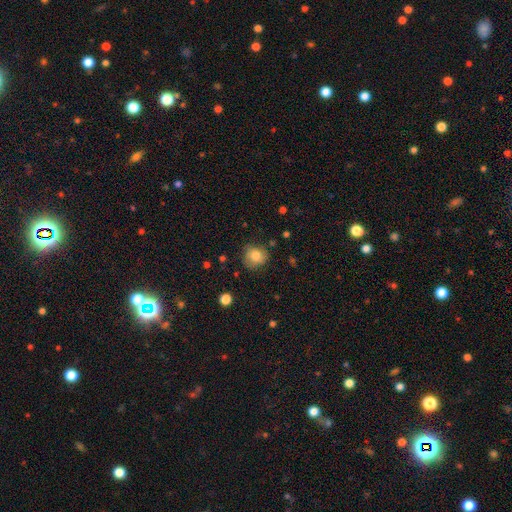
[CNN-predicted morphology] type=smooth (78%); roundness=round (83%); merging=none (75%).